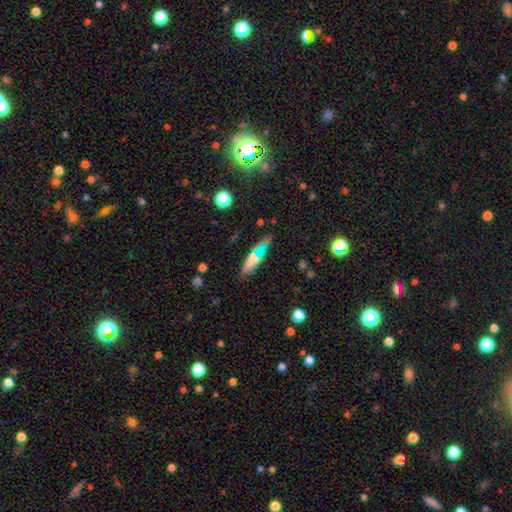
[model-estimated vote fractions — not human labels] smooth-or-featured: smooth: 60% | featured or disk: 27% | star or artifact: 13%
  how-rounded: cigar-shaped: 57% | in between: 39% | round: 4%
  merging: none: 81% | minor disturbance: 14% | major disturbance: 4% | merger: 2%